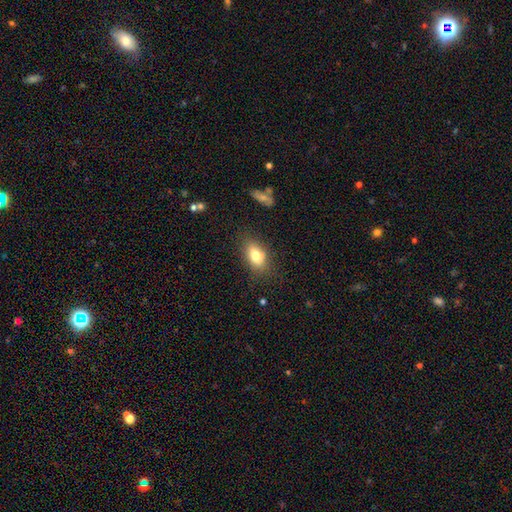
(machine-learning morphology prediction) A smooth galaxy with no disk features (76%) that is in between round and cigar-shaped (85%). Merging: none (76%).